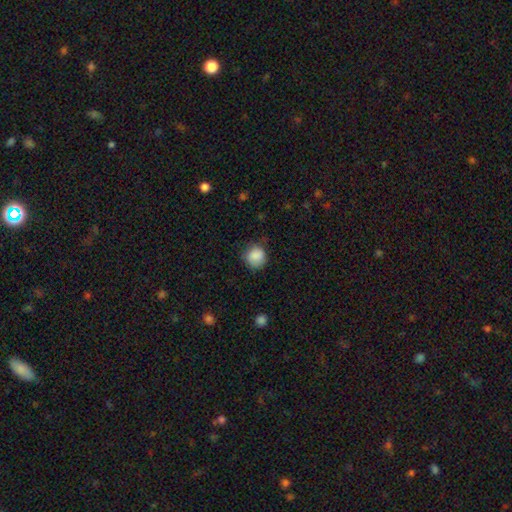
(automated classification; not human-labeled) smooth_or_featured: smooth (p=0.87) [alt: star or artifact p=0.09]
how_rounded: round (p=0.85) [alt: in between p=0.14]
merging: none (p=0.74) [alt: minor disturbance p=0.20]